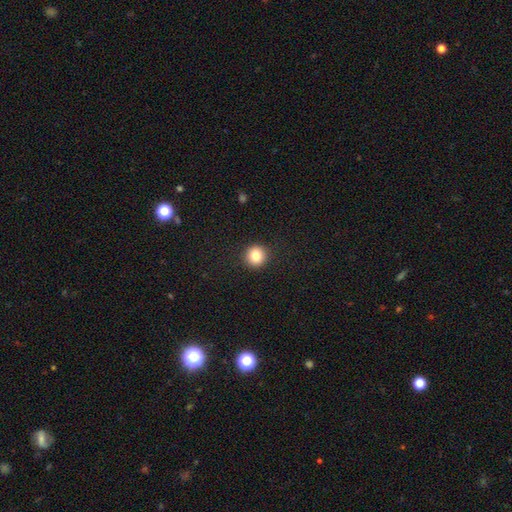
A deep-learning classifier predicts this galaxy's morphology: The model was most divided on "smooth or featured": smooth: 83%, star or artifact: 11%, featured or disk: 6%. More confident: how rounded — round (92%); merging — none (92%).